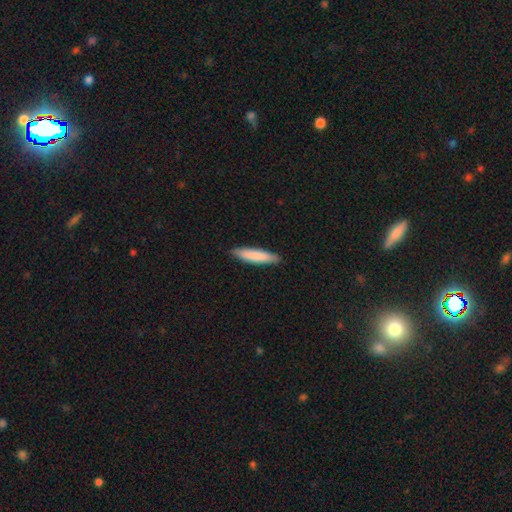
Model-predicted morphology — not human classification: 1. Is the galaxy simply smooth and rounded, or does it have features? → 84% smooth, 11% featured or disk, 5% star or artifact.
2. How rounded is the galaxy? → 83% cigar-shaped, 16% in between, 1% round.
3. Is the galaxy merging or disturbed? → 89% none, 9% minor disturbance, 1% major disturbance, 1% merger.